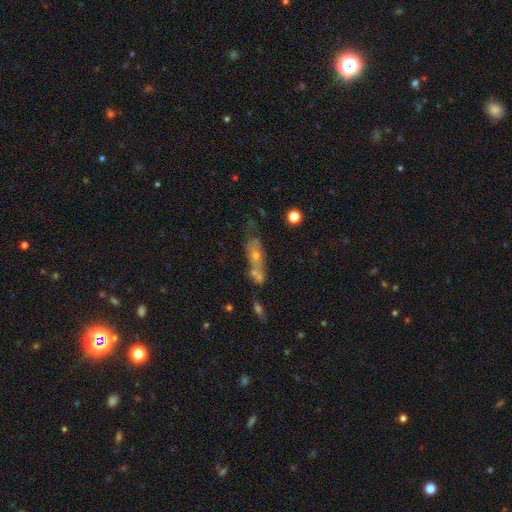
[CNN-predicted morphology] type=featured or disk (45%); merging=merger (38%, tied with none).